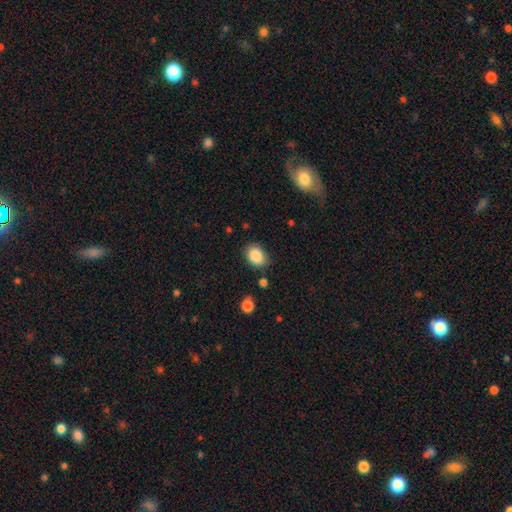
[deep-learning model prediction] Q: Smooth or featured?
A: smooth (88%); runner-up: star or artifact (8%)
Q: How rounded?
A: in between (72%); runner-up: round (27%)
Q: Merging?
A: none (77%); runner-up: minor disturbance (17%)